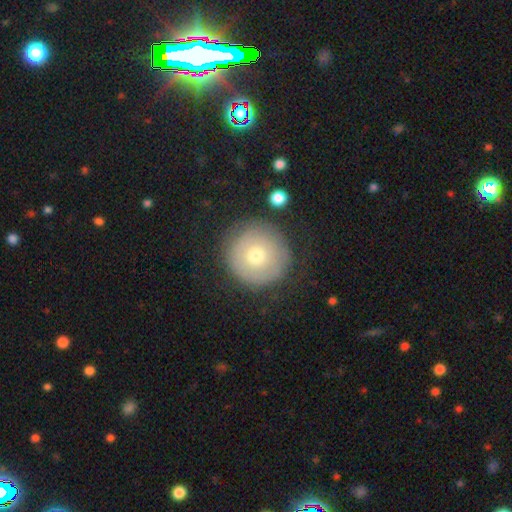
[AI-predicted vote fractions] Smooth or featured? Predicted: smooth (p=0.62). How rounded? Predicted: round (p=0.95). Merging? Predicted: none (p=0.80).